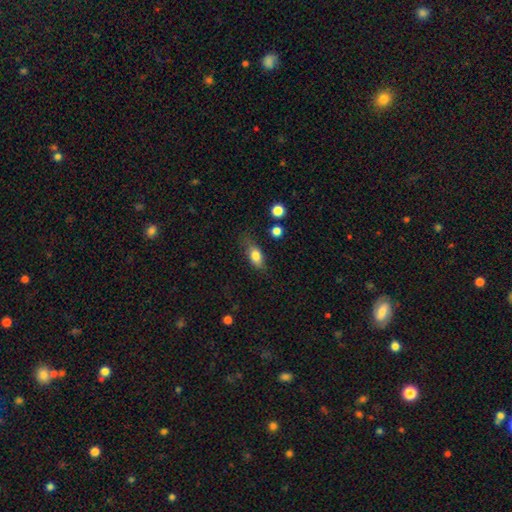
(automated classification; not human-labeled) Smooth or featured: smooth — 77% (featured or disk — 15%)
How rounded: in between — 79% (cigar-shaped — 13%)
Merging: none — 63% (minor disturbance — 26%)